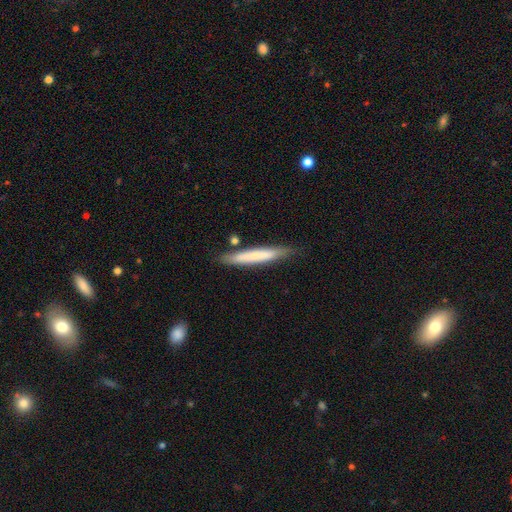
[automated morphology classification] Q: Smooth or featured?
A: smooth (69%); runner-up: featured or disk (25%)
Q: How rounded?
A: cigar-shaped (95%); runner-up: in between (4%)
Q: Merging?
A: none (79%); runner-up: minor disturbance (15%)